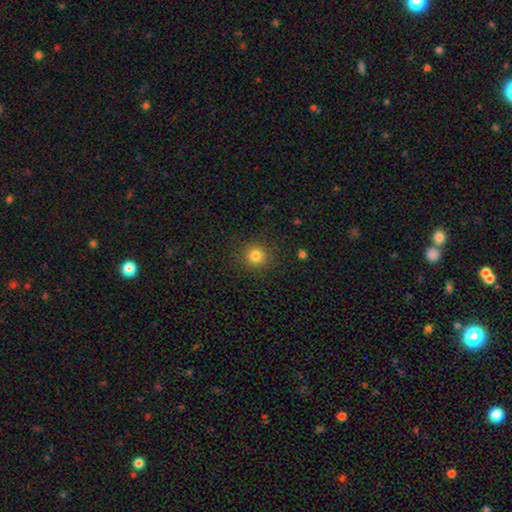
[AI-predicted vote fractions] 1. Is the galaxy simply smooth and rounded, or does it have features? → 82% smooth, 13% star or artifact, 5% featured or disk.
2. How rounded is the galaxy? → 92% round, 7% in between, 1% cigar-shaped.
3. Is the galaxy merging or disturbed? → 91% none, 6% minor disturbance, 2% major disturbance, 1% merger.